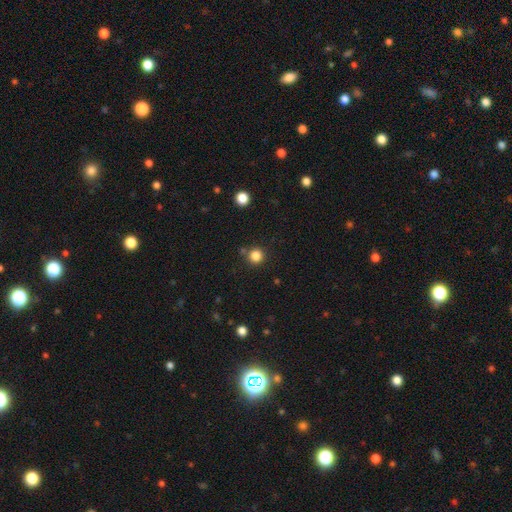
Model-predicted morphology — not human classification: Smooth or featured? Predicted: smooth (p=0.83). How rounded? Predicted: round (p=0.94). Merging? Predicted: none (p=0.83).